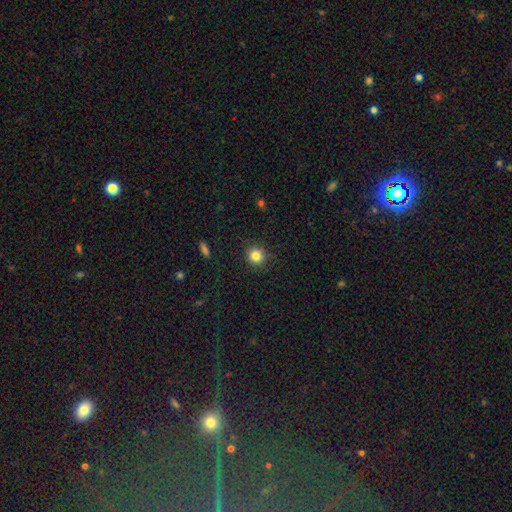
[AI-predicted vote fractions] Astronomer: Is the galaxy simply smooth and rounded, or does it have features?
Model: smooth — 83%.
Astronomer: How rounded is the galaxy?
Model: round — 91%.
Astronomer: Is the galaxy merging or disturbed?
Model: none — 88%.